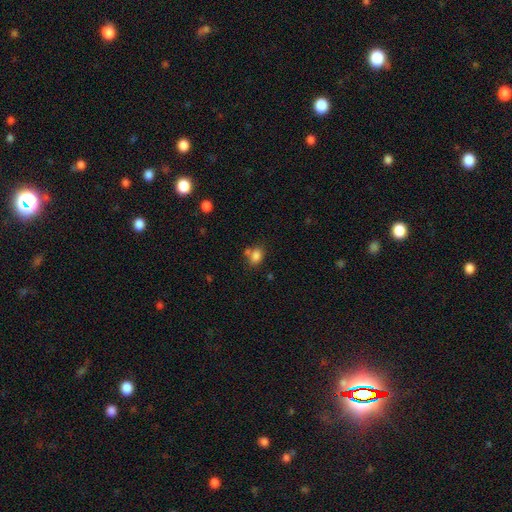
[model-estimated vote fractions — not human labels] This is clearly a smooth galaxy (82%). How rounded: likely in between (68%). Merging: possibly none (57%).